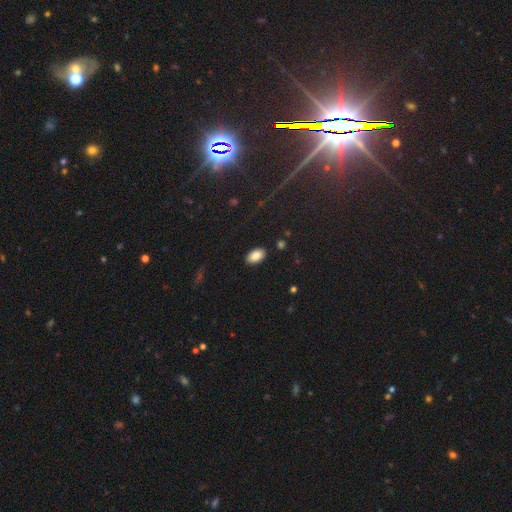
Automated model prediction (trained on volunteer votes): A smooth galaxy with no disk features (85%) that is in between round and cigar-shaped (94%).

Vote fractions:
- Smooth or featured? smooth: 85% / star or artifact: 8% / featured or disk: 7%
- How rounded? in between: 94% / round: 4% / cigar-shaped: 2%
- Merging? none: 89% / minor disturbance: 8% / major disturbance: 2% / merger: 1%